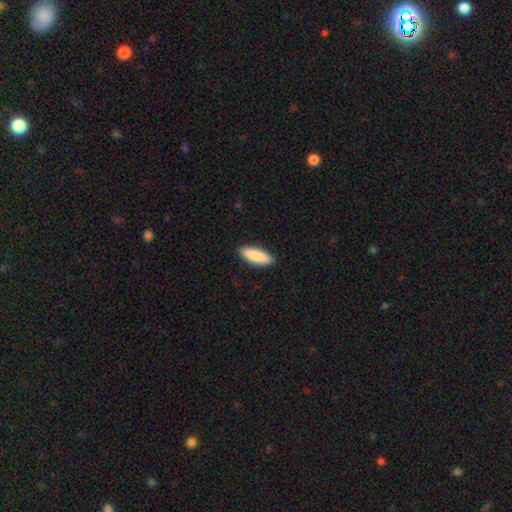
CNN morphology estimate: smooth-or-featured: smooth: 87% | featured or disk: 7% | star or artifact: 5%
  how-rounded: in between: 53% | cigar-shaped: 45% | round: 2%
  merging: none: 90% | minor disturbance: 7% | major disturbance: 2% | merger: 1%